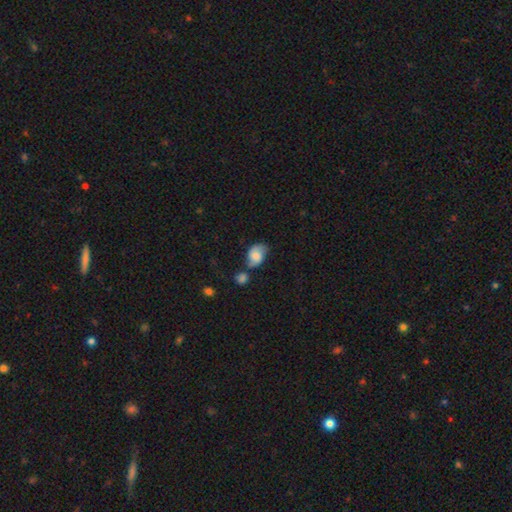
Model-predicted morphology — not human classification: The model was most divided on "merging": none: 44%, minor disturbance: 25%, merger: 22%, major disturbance: 9%. More confident: how rounded — in between (81%); smooth or featured — smooth (58%).